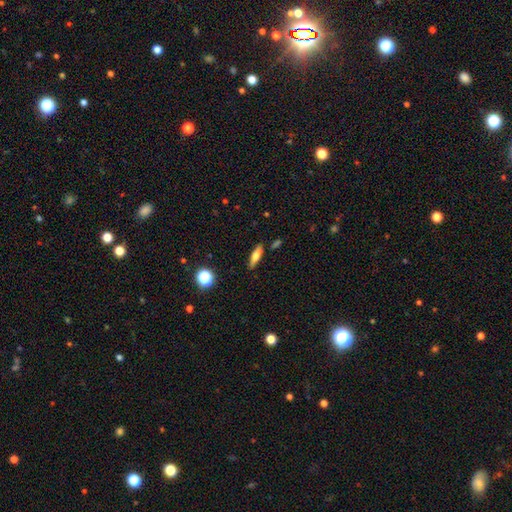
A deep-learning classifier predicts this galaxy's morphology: A smooth galaxy with no disk features (57%) that is cigar-shaped (55%).

Vote fractions:
- Smooth or featured? smooth: 57% / featured or disk: 34% / star or artifact: 9%
- How rounded? cigar-shaped: 55% / in between: 40% / round: 5%
- Merging? none: 85% / minor disturbance: 10% / merger: 2% / major disturbance: 2%